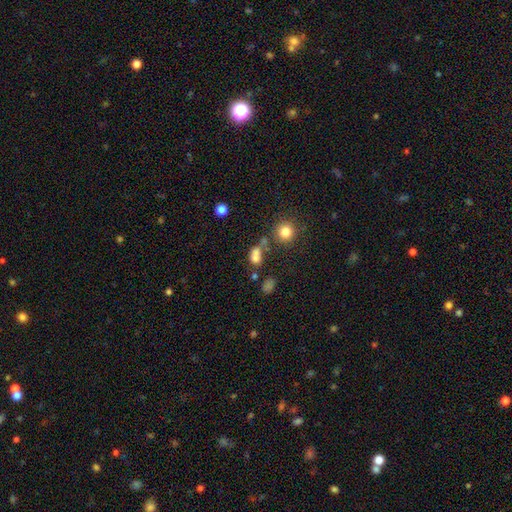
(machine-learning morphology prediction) This is likely a smooth galaxy (71%). How rounded: possibly in between (59%). Merging: marginally merger (39%).